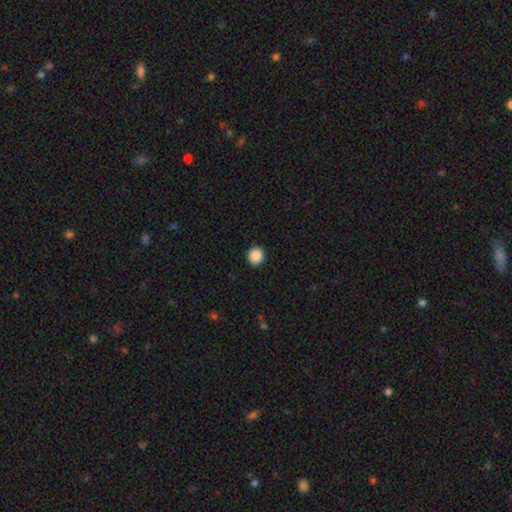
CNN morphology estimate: smooth-or-featured: smooth: 89% | star or artifact: 9% | featured or disk: 3%
  how-rounded: round: 90% | in between: 9% | cigar-shaped: 1%
  merging: none: 92% | minor disturbance: 5% | major disturbance: 2% | merger: 1%